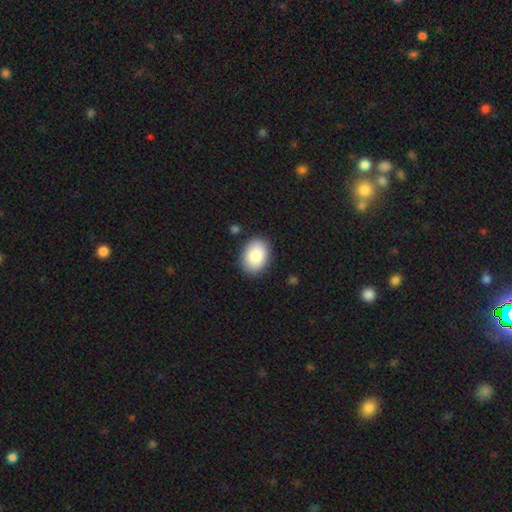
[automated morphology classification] Overall: smooth (88%). How rounded: in between (79%). Merging: none (87%).